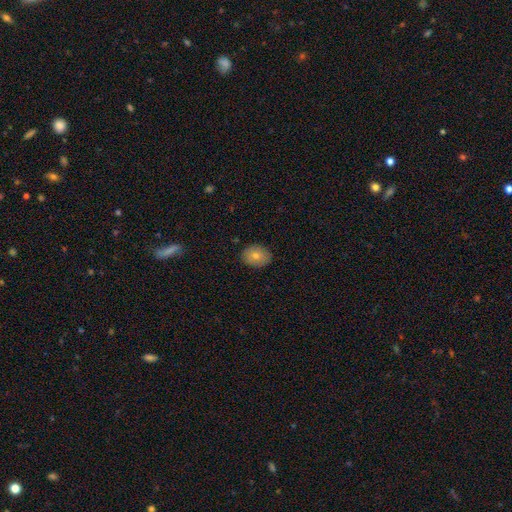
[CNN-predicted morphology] Smooth or featured? smooth (78%)
How rounded? in between (58%)
Merging? none (87%)